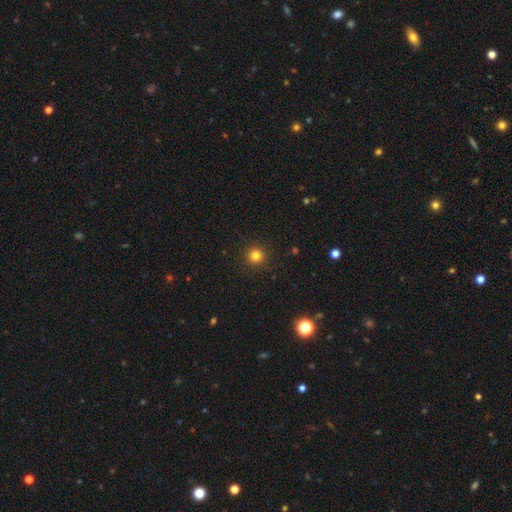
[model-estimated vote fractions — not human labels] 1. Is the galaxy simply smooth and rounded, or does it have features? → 81% smooth, 14% star or artifact, 5% featured or disk.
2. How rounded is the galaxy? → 95% round, 4% in between, 1% cigar-shaped.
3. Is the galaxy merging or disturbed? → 92% none, 5% minor disturbance, 2% major disturbance, 1% merger.